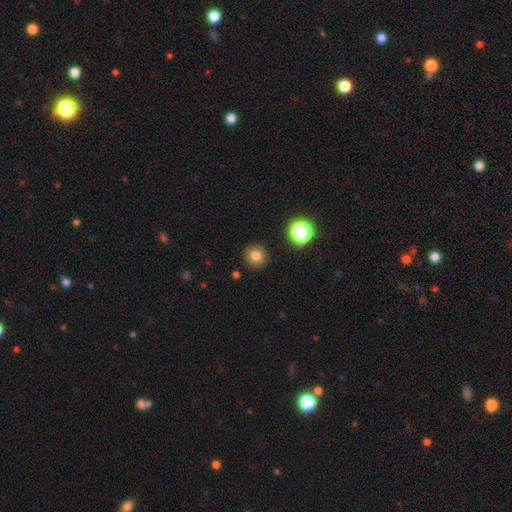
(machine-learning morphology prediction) Smooth or featured? Predicted: smooth (p=0.78). How rounded? Predicted: round (p=0.93). Merging? Predicted: none (p=0.90).